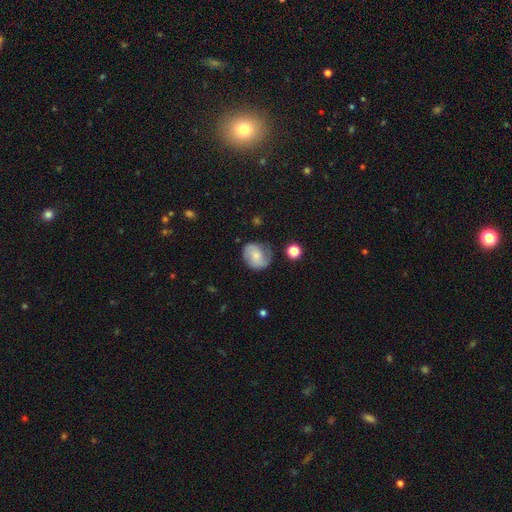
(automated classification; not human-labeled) featured or disk 53%, smooth 39%, star or artifact 8%. Down the decision tree: edge-on disk — no (97%); bar — no (64%); spiral arms — yes (88%); bulge size — small (51%); merging — none (66%).